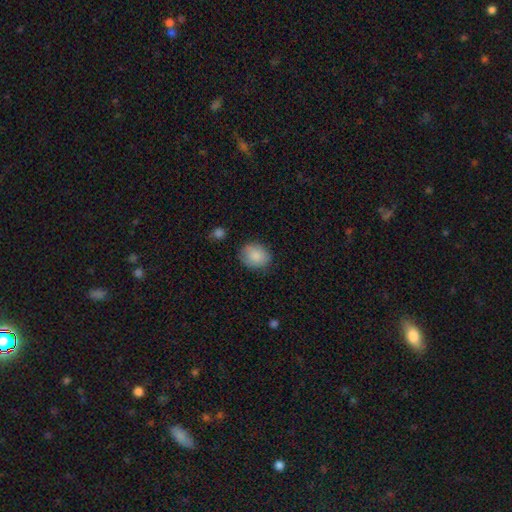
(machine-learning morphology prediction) The model was most divided on "how rounded": round: 58%, in between: 41%, cigar-shaped: 1%. More confident: smooth or featured — smooth (85%); merging — none (79%).